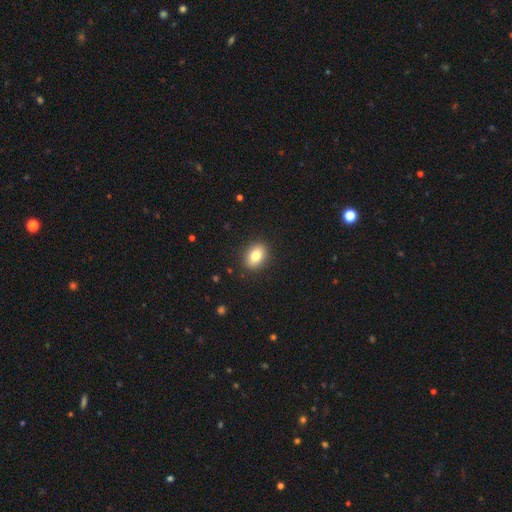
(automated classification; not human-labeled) This is clearly a smooth galaxy (81%). How rounded: likely in between (71%). Merging: clearly none (89%).